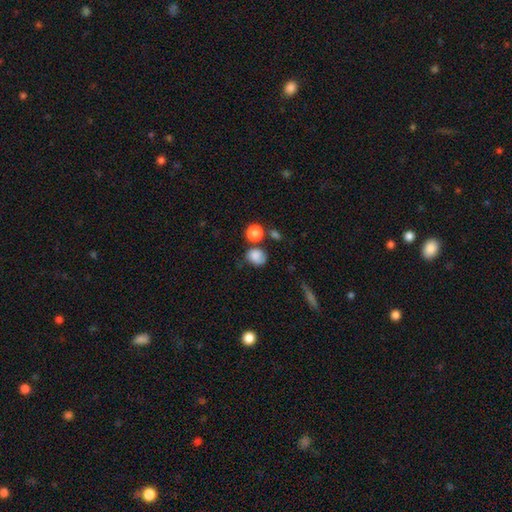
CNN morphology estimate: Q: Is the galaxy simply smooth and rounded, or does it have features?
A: smooth — 80%.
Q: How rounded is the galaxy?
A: round — 58%.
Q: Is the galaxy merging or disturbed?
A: none — 52%.